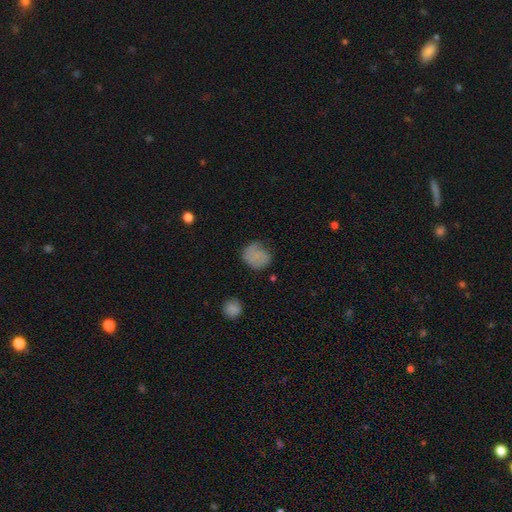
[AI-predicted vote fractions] Smooth or featured?
  - smooth: 73% *
  - featured or disk: 15%
  - star or artifact: 12%
How rounded?
  - round: 71% *
  - in between: 28%
  - cigar-shaped: 1%
Merging?
  - none: 57% *
  - minor disturbance: 29%
  - major disturbance: 12%
  - merger: 3%